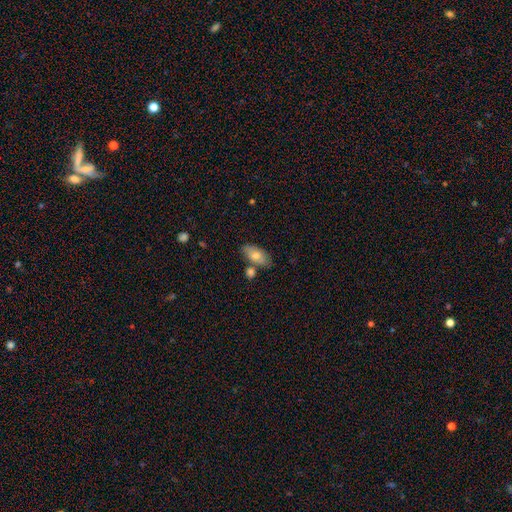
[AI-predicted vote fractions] A smooth galaxy with no disk features (76%) that is in between round and cigar-shaped (89%).

Vote fractions:
- Smooth or featured? smooth: 76% / featured or disk: 18% / star or artifact: 7%
- How rounded? in between: 89% / cigar-shaped: 7% / round: 3%
- Merging? none: 69% / minor disturbance: 15% / merger: 13% / major disturbance: 3%